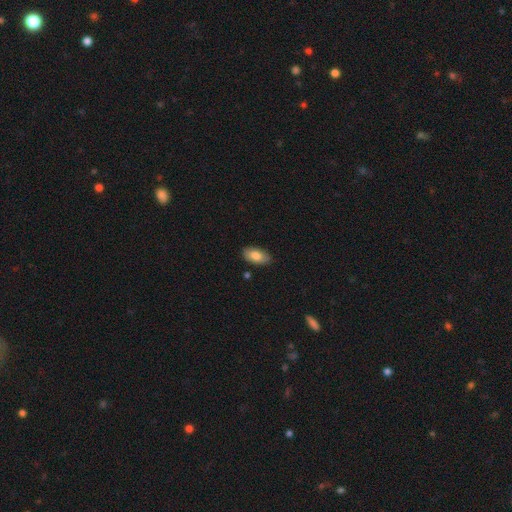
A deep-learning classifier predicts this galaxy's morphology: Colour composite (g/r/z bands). It shows a smooth galaxy with no disk features (81%) that is in between round and cigar-shaped (94%). Merging: none (86%).